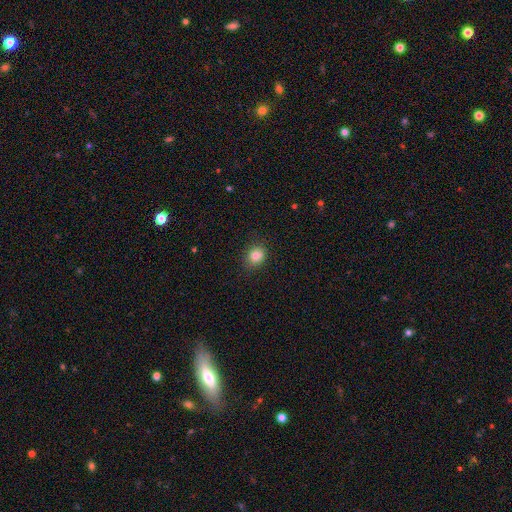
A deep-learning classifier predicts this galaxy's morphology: type=smooth (82%); roundness=round (58%); merging=none (83%).